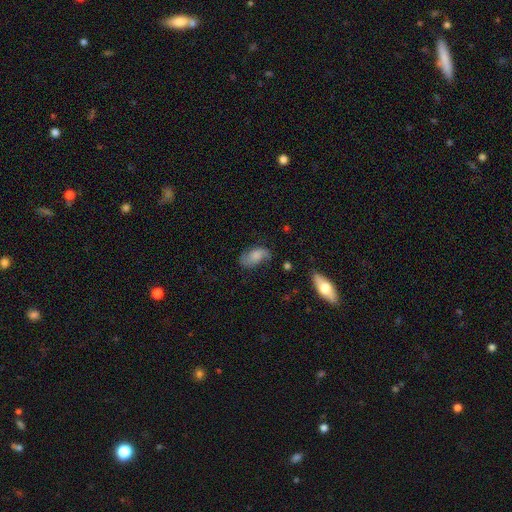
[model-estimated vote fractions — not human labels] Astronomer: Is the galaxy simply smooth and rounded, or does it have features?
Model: featured or disk — 51% (runner-up: smooth, 39%).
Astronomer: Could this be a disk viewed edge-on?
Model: no — 95%.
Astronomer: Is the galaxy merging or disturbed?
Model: none — 65%.